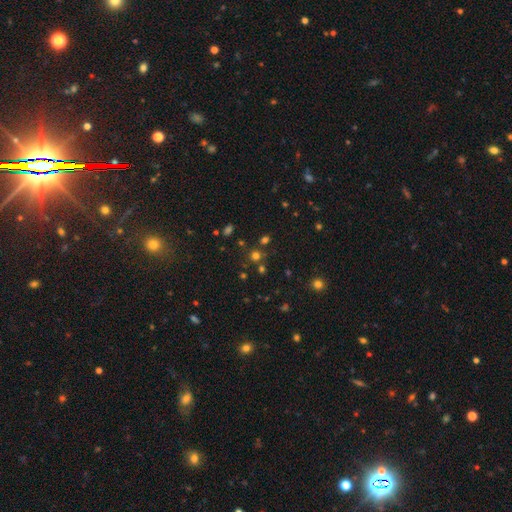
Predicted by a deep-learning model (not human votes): Overall: smooth (60%; star or artifact 33%). How rounded: round (91%). Merging: none (77%).